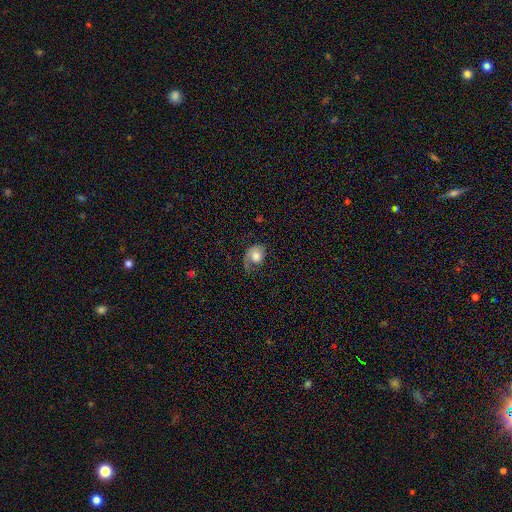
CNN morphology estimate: smooth_or_featured: smooth (p=0.55) [alt: featured or disk p=0.37]
how_rounded: in between (p=0.54) [alt: round p=0.44]
merging: none (p=0.40) [alt: major disturbance p=0.32]